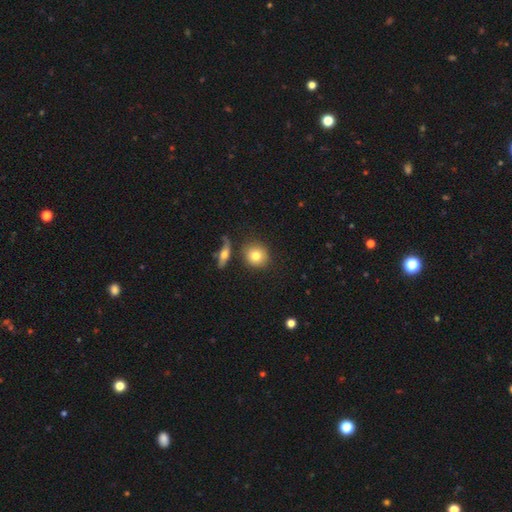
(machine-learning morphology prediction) smooth 78%, featured or disk 13%, star or artifact 9%. Down the decision tree: how rounded — round (83%); merging — none (77%).